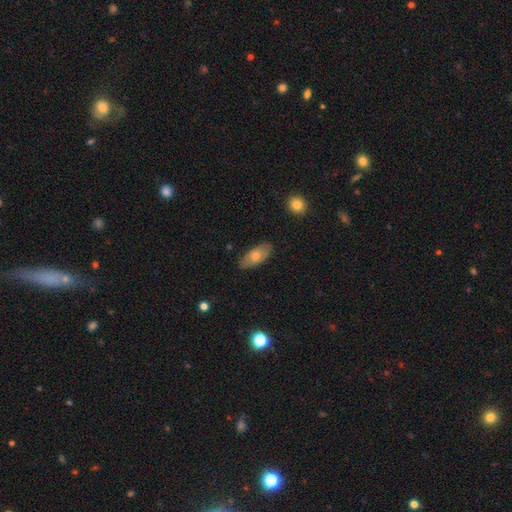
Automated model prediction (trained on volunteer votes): smooth-or-featured: smooth: 65% | featured or disk: 28% | star or artifact: 7%
  how-rounded: in between: 89% | cigar-shaped: 7% | round: 3%
  merging: none: 83% | minor disturbance: 13% | major disturbance: 2% | merger: 1%